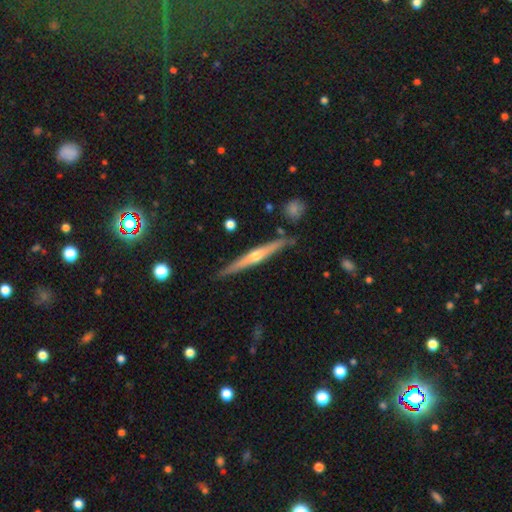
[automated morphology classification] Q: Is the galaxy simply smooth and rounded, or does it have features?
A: featured or disk — 75%.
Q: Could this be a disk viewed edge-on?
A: yes — 97%.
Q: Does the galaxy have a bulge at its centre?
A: rounded — 85%.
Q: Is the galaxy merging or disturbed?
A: none — 86%.